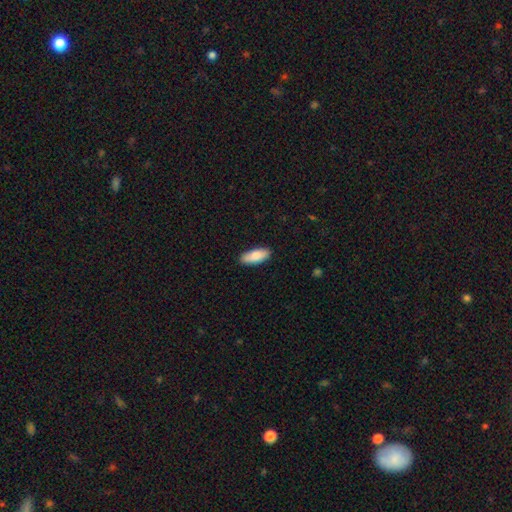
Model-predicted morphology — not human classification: This appears to be a smooth galaxy with no disk features (84%) that is in between round and cigar-shaped (81%). Merging: none (89%).